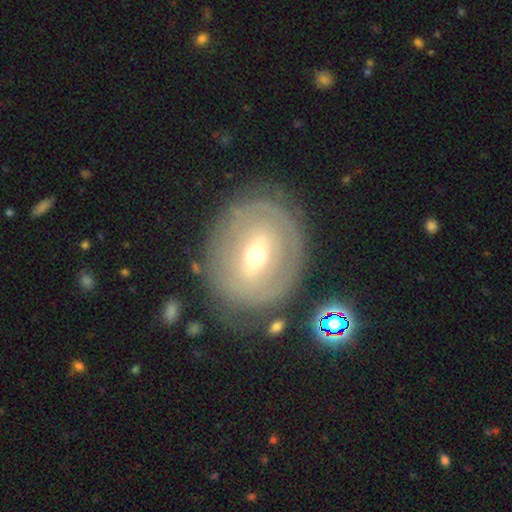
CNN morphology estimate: A featured or disk galaxy (70%) with a weak bar (47%), spiral arms (56%) and a moderate central bulge (62%).

Vote fractions:
- Smooth or featured? featured or disk: 70% / smooth: 23% / star or artifact: 8%
- Edge-on disk? no: 94% / yes: 6%
- Bar? weak: 47% / strong: 29% / no: 24%
- Spiral arms? yes: 56% / no: 44%
- Bulge size? moderate: 62% / small: 33% / large: 3% / dominant: 1% / none: 1%
- Merging? none: 75% / minor disturbance: 15% / major disturbance: 7% / merger: 2%